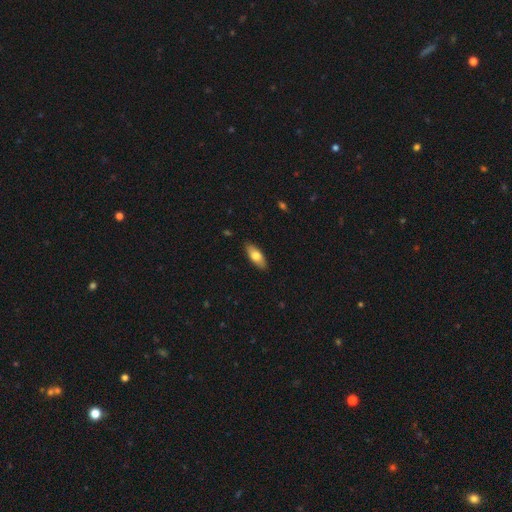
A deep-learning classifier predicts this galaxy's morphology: Smooth or featured? smooth (74%)
How rounded? in between (78%)
Merging? none (87%)